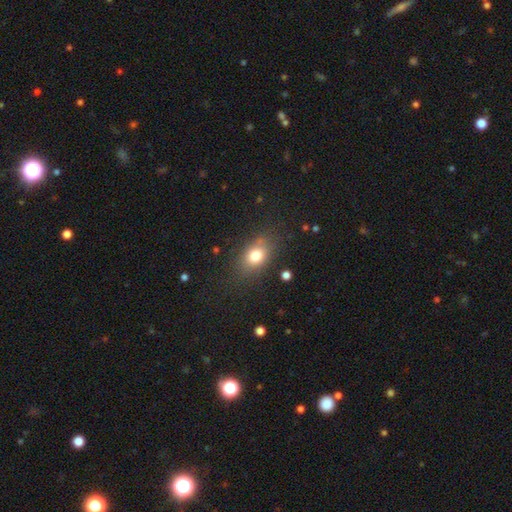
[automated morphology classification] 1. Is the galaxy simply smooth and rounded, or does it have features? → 78% smooth, 11% featured or disk, 11% star or artifact.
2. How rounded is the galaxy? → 69% in between, 28% round, 2% cigar-shaped.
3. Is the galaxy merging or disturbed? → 76% none, 16% minor disturbance, 6% major disturbance, 2% merger.